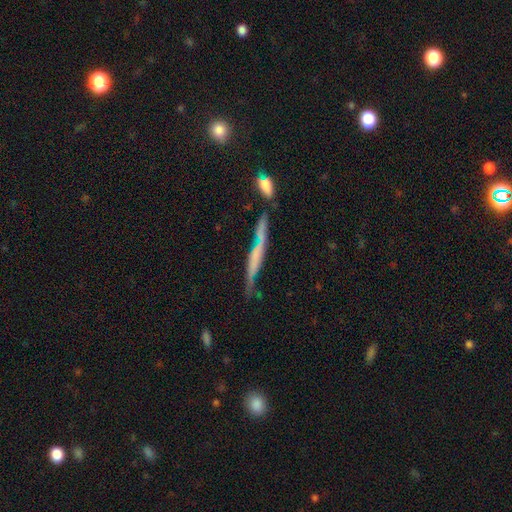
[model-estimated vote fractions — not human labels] smooth-or-featured: featured or disk: 56% | smooth: 34% | star or artifact: 9%
  disk-edge-on: yes: 83% | no: 17%
  merging: none: 47% | minor disturbance: 21% | merger: 21% | major disturbance: 11%